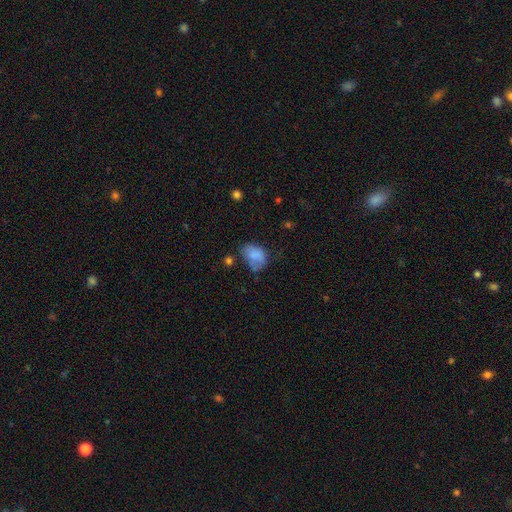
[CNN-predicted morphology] Smooth or featured: smooth — 76% (featured or disk — 14%)
How rounded: in between — 74% (round — 24%)
Merging: none — 39% (minor disturbance — 35%)